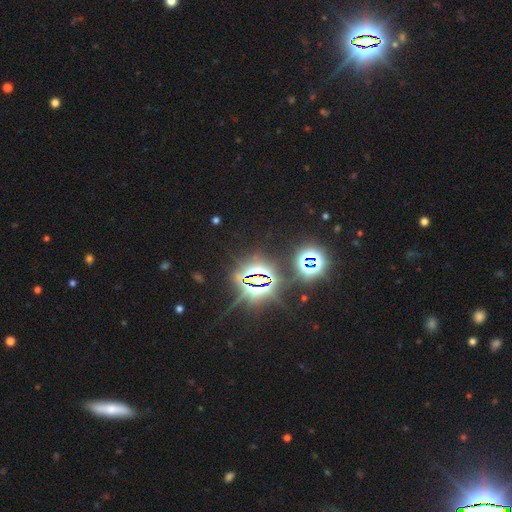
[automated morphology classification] This is clearly a star or artifact rather than a galaxy (82%).